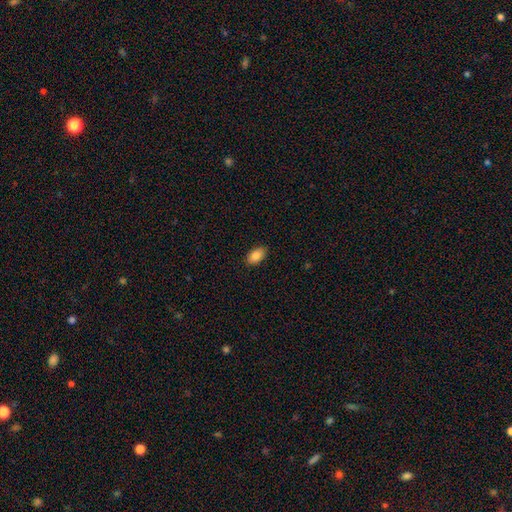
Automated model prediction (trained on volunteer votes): smooth 87%, star or artifact 8%, featured or disk 6%. Down the decision tree: how rounded — in between (93%); merging — none (88%).